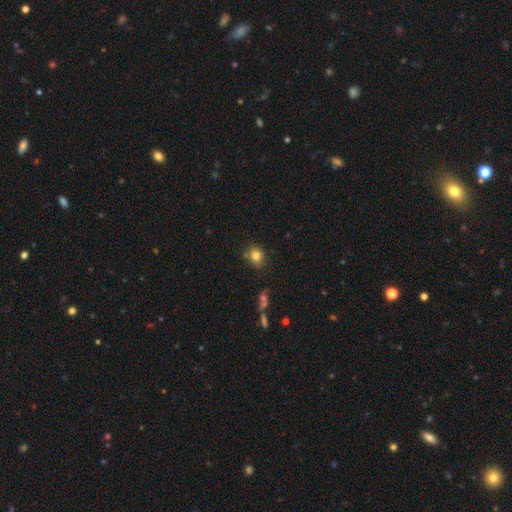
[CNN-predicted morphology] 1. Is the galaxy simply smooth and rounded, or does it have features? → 81% smooth, 12% star or artifact, 7% featured or disk.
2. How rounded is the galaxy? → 73% round, 26% in between, 1% cigar-shaped.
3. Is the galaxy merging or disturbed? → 74% none, 16% minor disturbance, 6% merger, 4% major disturbance.